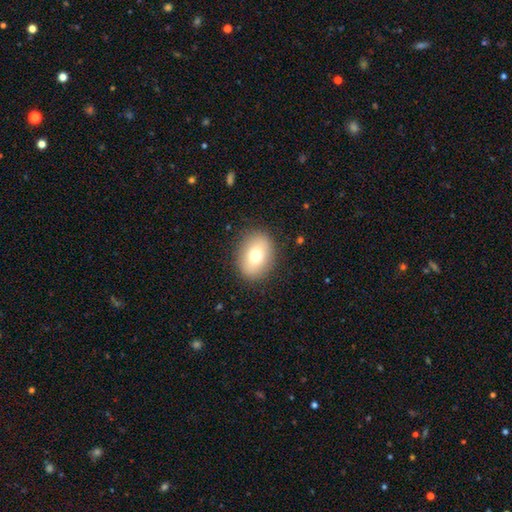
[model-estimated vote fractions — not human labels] Smooth or featured?
  - smooth: 75% *
  - featured or disk: 16%
  - star or artifact: 9%
How rounded?
  - in between: 66% *
  - round: 33%
  - cigar-shaped: 1%
Merging?
  - none: 87% *
  - minor disturbance: 9%
  - major disturbance: 3%
  - merger: 1%